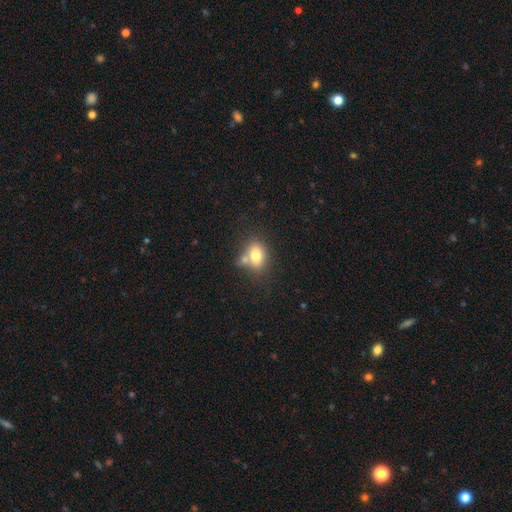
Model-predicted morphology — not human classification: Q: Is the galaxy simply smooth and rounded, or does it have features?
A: smooth — 76%.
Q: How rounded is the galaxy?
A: in between — 66%.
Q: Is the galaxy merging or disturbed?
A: none — 55%.